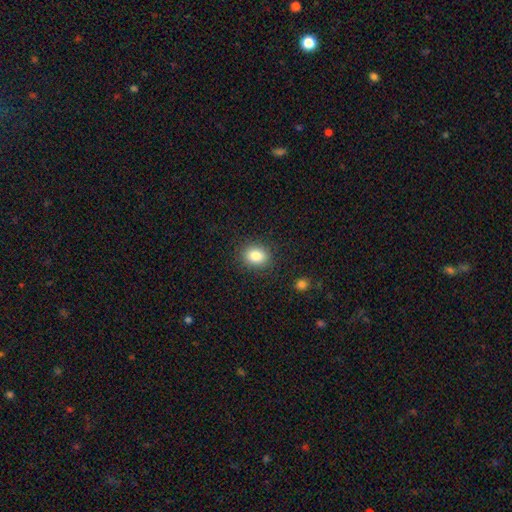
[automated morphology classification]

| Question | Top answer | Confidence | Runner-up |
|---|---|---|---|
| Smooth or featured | smooth | 84% | star or artifact (10%) |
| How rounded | round | 52% | in between (47%) |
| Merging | none | 87% | minor disturbance (9%) |